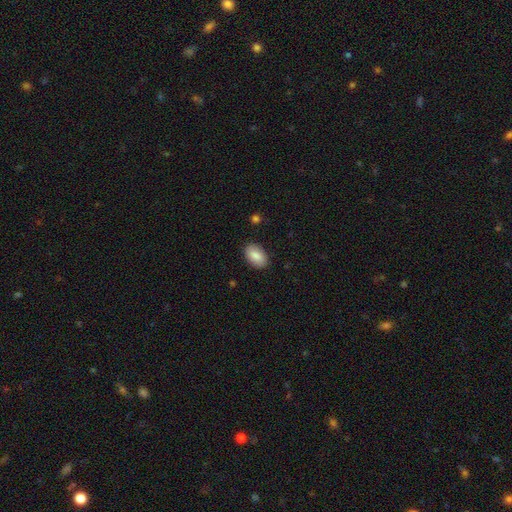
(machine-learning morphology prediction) Q: Smooth or featured?
A: smooth (88%); runner-up: star or artifact (7%)
Q: How rounded?
A: in between (92%); runner-up: round (7%)
Q: Merging?
A: none (88%); runner-up: minor disturbance (9%)